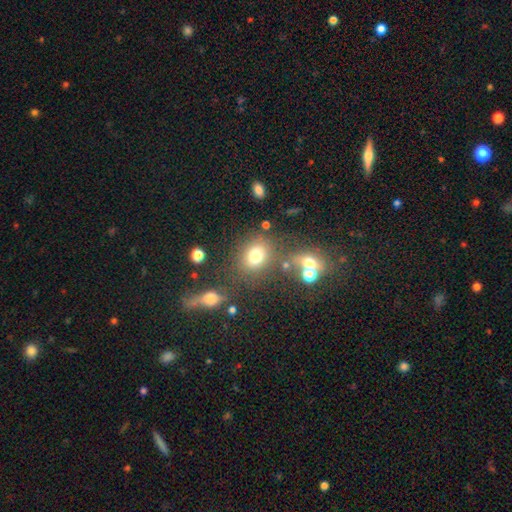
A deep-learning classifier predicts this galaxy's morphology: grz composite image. It shows a smooth galaxy with no disk features (75%) that is round (59%). Merging: none (68%).